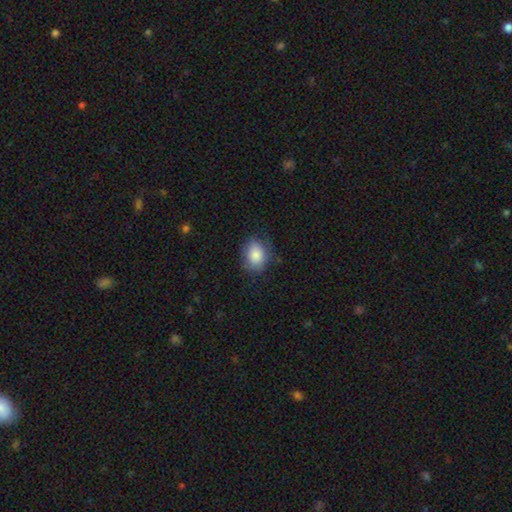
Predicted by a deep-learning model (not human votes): smooth_or_featured: smooth (p=0.84) [alt: featured or disk p=0.08]
how_rounded: in between (p=0.63) [alt: round p=0.35]
merging: none (p=0.76) [alt: minor disturbance p=0.18]